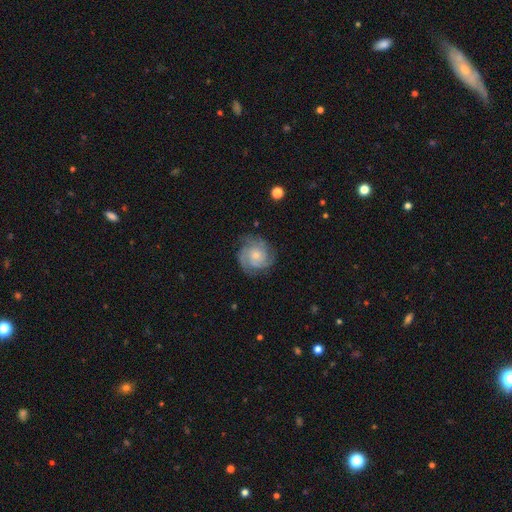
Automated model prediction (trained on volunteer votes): This is likely a featured or disk galaxy (75%). It is clearly not viewed edge-on (98%). Bar: likely no (78%). Spiral arm pattern: clearly yes (94%). Spiral arm count: marginally 3 (32%). Spiral winding: likely tight (63%). Central bulge: possibly small (48%). Merging: likely none (75%).